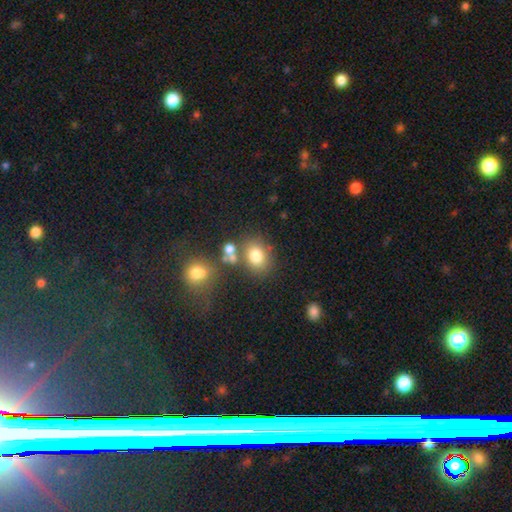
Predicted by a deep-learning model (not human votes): The model was most divided on "how rounded": round: 50%, in between: 49%, cigar-shaped: 1%. More confident: smooth or featured — smooth (76%); merging — none (63%).